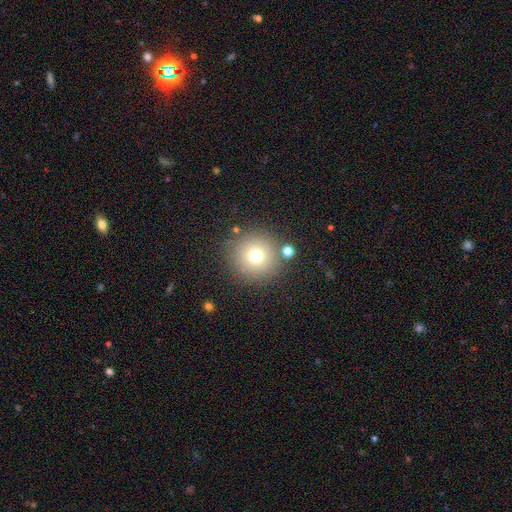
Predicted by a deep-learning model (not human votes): Morphology: type=smooth (72%); roundness=round (95%); merging=none (84%).